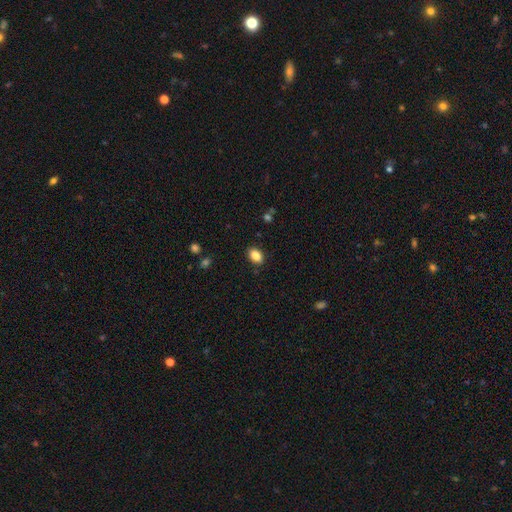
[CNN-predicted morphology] smooth-or-featured: smooth: 87% | star or artifact: 8% | featured or disk: 5%
  how-rounded: in between: 86% | round: 13% | cigar-shaped: 1%
  merging: none: 88% | minor disturbance: 9% | major disturbance: 2% | merger: 1%